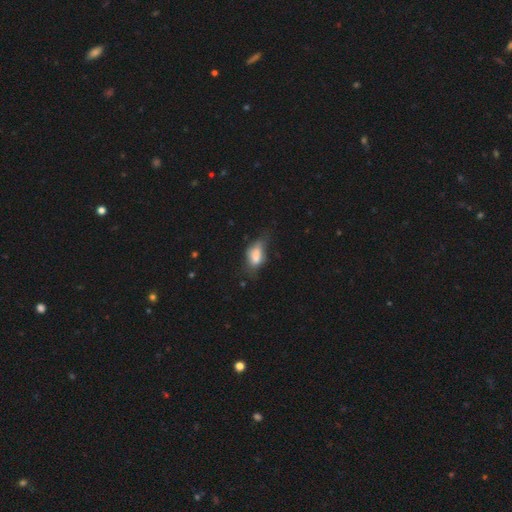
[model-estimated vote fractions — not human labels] Smooth or featured? Predicted: smooth (p=0.68). How rounded? Predicted: in between (p=0.84). Merging? Predicted: minor disturbance (p=0.37).